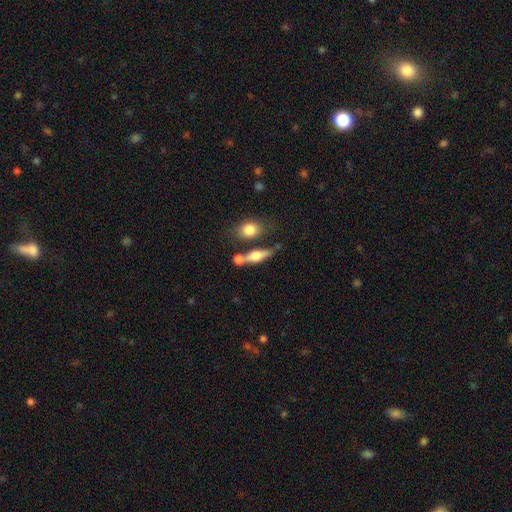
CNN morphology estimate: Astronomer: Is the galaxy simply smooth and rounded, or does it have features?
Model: smooth — 53% (runner-up: featured or disk, 38%).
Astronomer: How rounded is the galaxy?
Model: cigar-shaped — 48% (runner-up: in between, 44%).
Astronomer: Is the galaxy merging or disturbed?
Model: none — 53%.